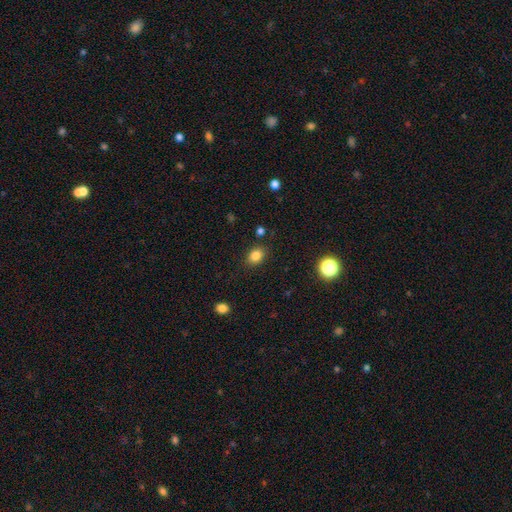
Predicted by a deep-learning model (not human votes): Smooth or featured? smooth (84%)
How rounded? in between (59%)
Merging? none (85%)